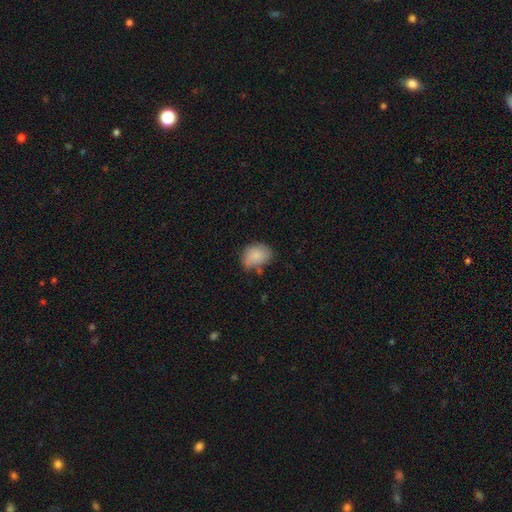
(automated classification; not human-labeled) A smooth galaxy with no disk features (84%) that is in between round and cigar-shaped (69%). Merging: none (63%).